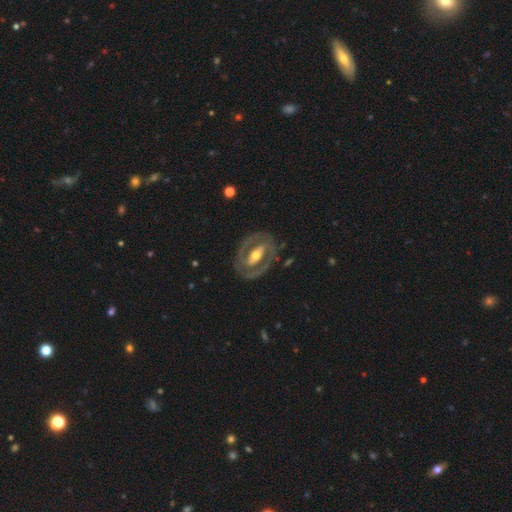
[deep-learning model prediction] A featured or disk galaxy (79%) with a strong bar (54%), spiral arms (58%) and a moderate central bulge (66%).

Vote fractions:
- Smooth or featured? featured or disk: 79% / smooth: 17% / star or artifact: 4%
- Edge-on disk? no: 93% / yes: 7%
- Bar? strong: 54% / weak: 24% / no: 22%
- Spiral arms? yes: 58% / no: 42%
- Bulge size? moderate: 66% / small: 21% / large: 11% / dominant: 1% / none: 1%
- Merging? none: 79% / minor disturbance: 12% / major disturbance: 7% / merger: 2%